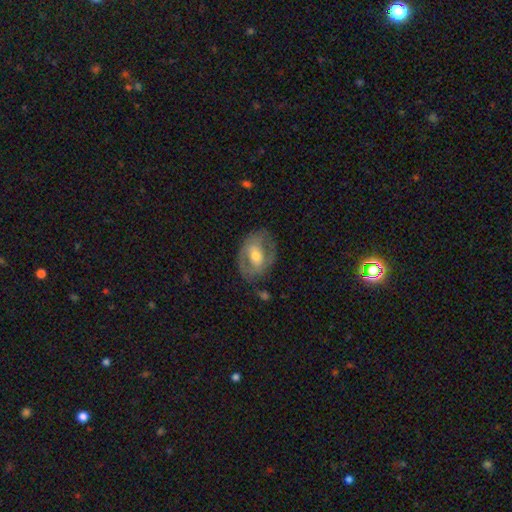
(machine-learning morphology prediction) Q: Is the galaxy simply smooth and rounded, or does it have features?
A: featured or disk — 62%.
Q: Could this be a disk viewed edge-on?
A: no — 94%.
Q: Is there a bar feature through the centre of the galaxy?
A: weak — 38%.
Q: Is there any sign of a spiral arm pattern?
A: yes — 52%.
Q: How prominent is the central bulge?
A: moderate — 66%.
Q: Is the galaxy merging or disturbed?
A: none — 64%.